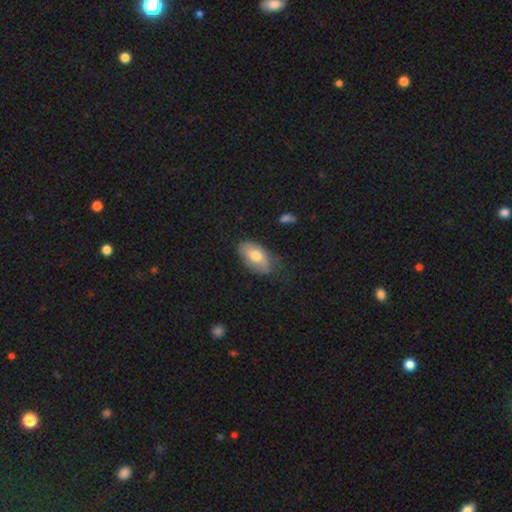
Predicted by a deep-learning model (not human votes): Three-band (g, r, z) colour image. It shows a smooth galaxy with no disk features (69%) that is in between round and cigar-shaped (93%). Merging: none (63%).